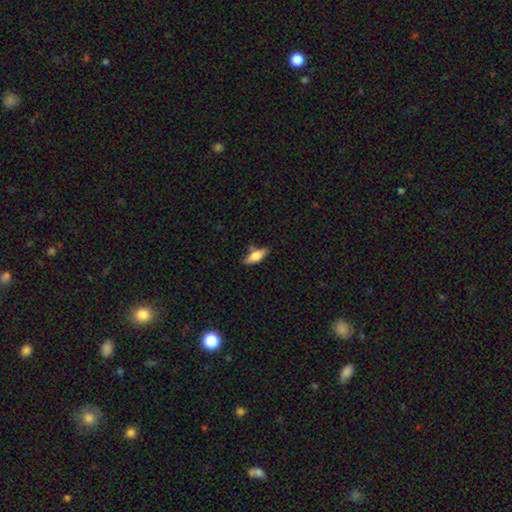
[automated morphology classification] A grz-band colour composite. It shows a smooth galaxy with no disk features (68%) that is in between round and cigar-shaped (71%). Merging: none (75%).